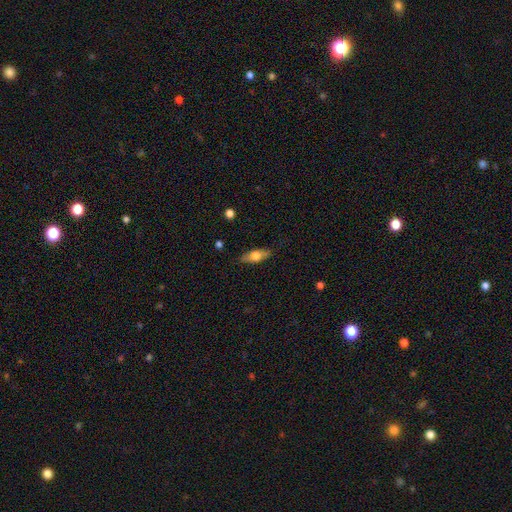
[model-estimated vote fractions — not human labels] Morphology: type=smooth (57%); roundness=in between (60%); merging=none (85%).